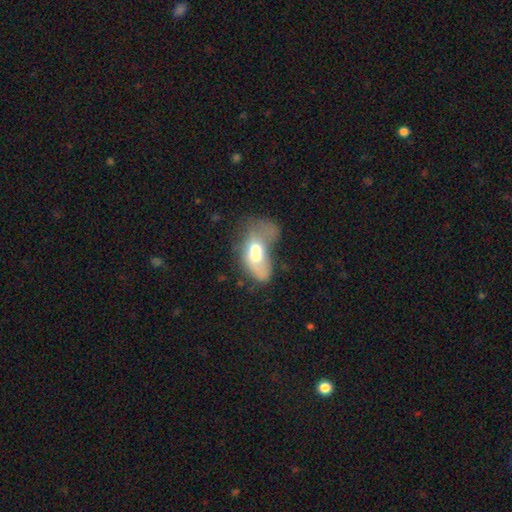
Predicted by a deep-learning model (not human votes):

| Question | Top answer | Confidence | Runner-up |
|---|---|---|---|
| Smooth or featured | smooth | 52% | featured or disk (39%) |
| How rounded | in between | 83% | round (13%) |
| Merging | merger | 56% | major disturbance (23%) |